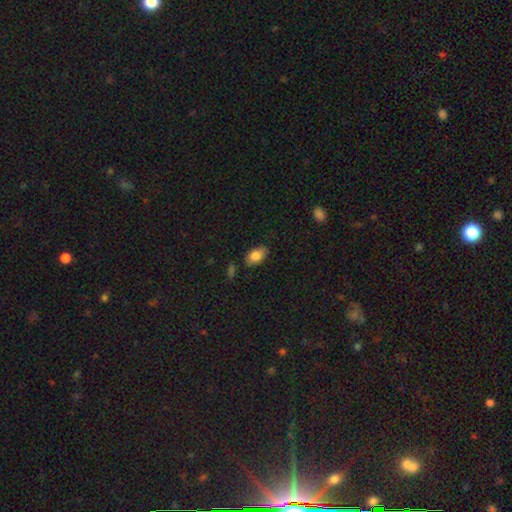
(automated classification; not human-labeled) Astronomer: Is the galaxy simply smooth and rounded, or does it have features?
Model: smooth — 82%.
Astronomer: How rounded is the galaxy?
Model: in between — 90%.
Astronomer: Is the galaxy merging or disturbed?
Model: none — 77%.